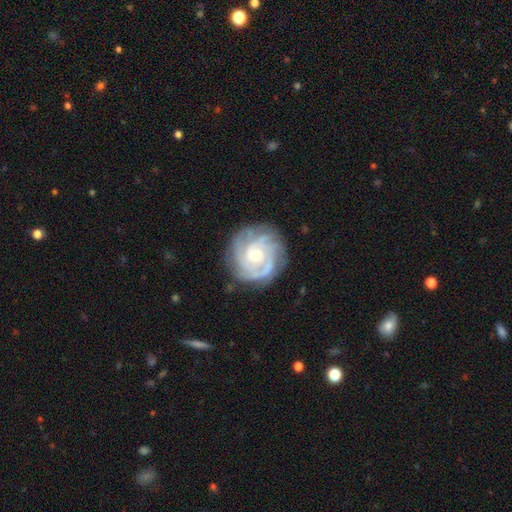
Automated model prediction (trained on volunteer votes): Smooth or featured?
  - featured or disk: 86% *
  - smooth: 8%
  - star or artifact: 5%
Edge-on disk?
  - no: 98% *
  - yes: 2%
Bar?
  - no: 73% *
  - weak: 22%
  - strong: 5%
Spiral arms?
  - yes: 97% *
  - no: 3%
Spiral winding?
  - tight: 73% *
  - medium: 23%
  - loose: 4%
Spiral arm count?
  - 3: 29% *
  - can't tell: 24%
  - 4: 19%
  - 2: 14%
  - more than 4: 7%
  - 1: 6%
Bulge size?
  - moderate: 47% *
  - small: 46%
  - large: 4%
  - none: 2%
  - dominant: 1%
Merging?
  - none: 79% *
  - minor disturbance: 15%
  - major disturbance: 5%
  - merger: 1%